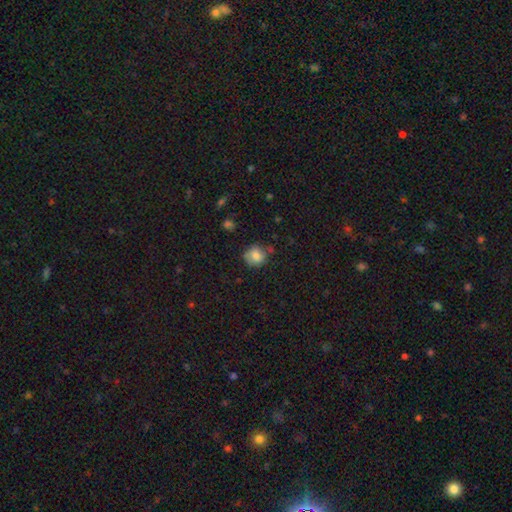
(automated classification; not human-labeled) smooth 80%, featured or disk 10%, star or artifact 10%. Down the decision tree: how rounded — round (86%); merging — none (74%).